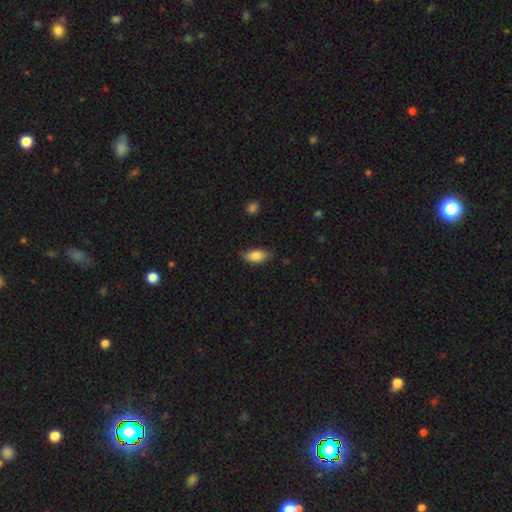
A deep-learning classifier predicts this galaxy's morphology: Smooth or featured? Predicted: smooth (p=0.85). How rounded? Predicted: in between (p=0.89). Merging? Predicted: none (p=0.74).